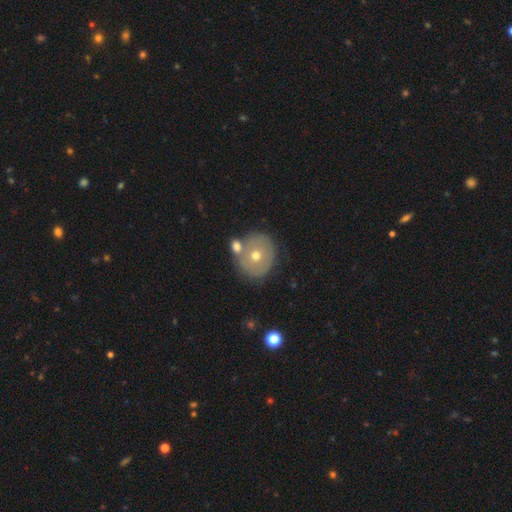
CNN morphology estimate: A smooth galaxy with no disk features (51%) that is round (82%). Merging: none (66%).